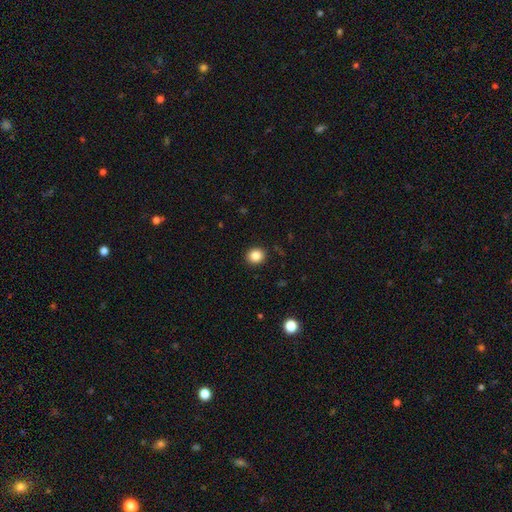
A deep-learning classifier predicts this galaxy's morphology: This is clearly a smooth galaxy (84%). How rounded: clearly round (88%). Merging: clearly none (92%).